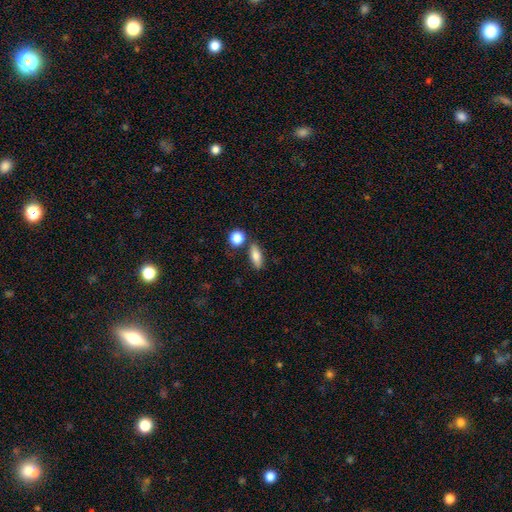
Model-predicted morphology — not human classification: Smooth or featured? smooth (79%)
How rounded? in between (69%)
Merging? none (75%)